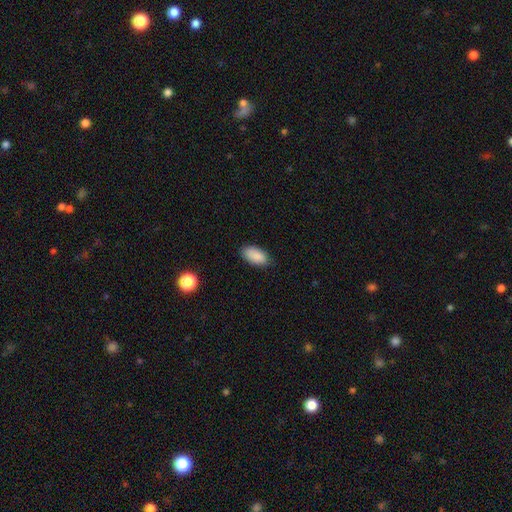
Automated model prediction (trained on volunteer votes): This appears to be a smooth galaxy with no disk features (88%) that is in between round and cigar-shaped (93%). Merging: none (81%).